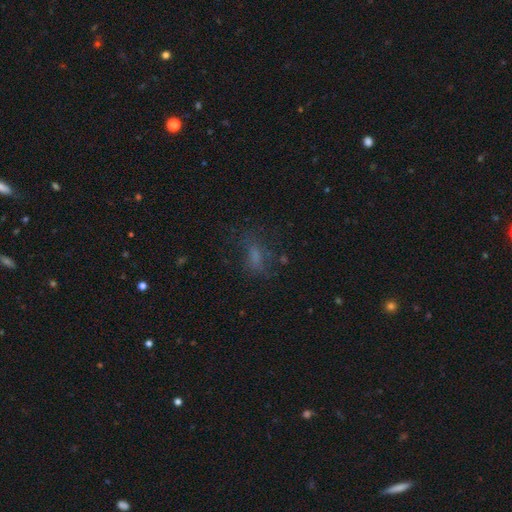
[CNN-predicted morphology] Overall: smooth (57%; star or artifact 23%). How rounded: in between (68%). Merging: none (56%; major disturbance 21%).